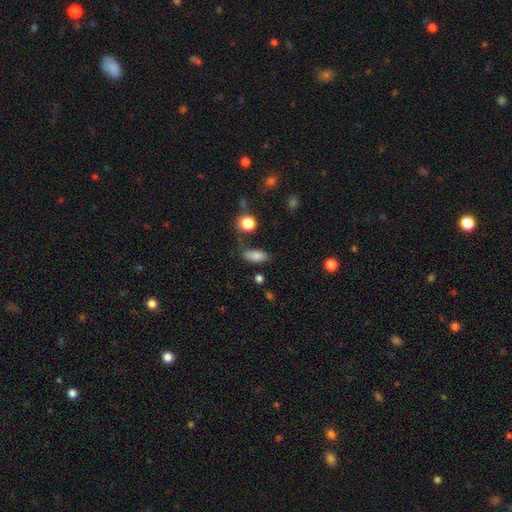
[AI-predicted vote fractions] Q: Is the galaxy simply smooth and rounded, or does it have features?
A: smooth — 82%.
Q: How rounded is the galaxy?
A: in between — 85%.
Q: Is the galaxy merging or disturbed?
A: none — 65%.